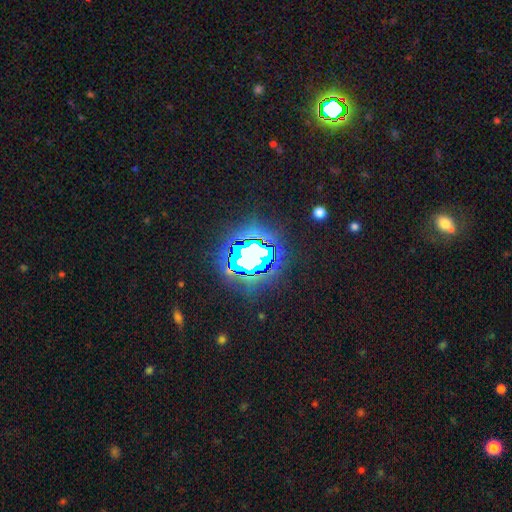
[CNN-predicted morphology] Overall: star or artifact (70%).